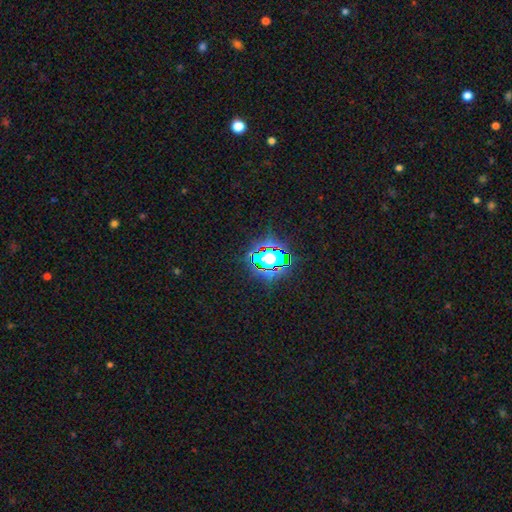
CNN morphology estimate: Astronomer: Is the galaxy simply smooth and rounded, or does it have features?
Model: star or artifact — 75%.